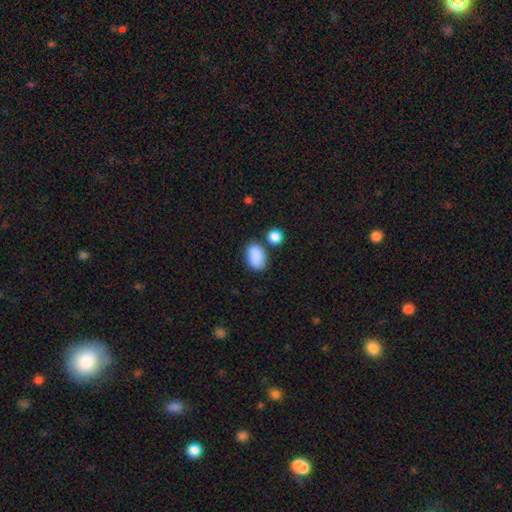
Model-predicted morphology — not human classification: This appears to be a smooth galaxy with no disk features (88%) that is in between round and cigar-shaped (89%). Merging: none (68%).